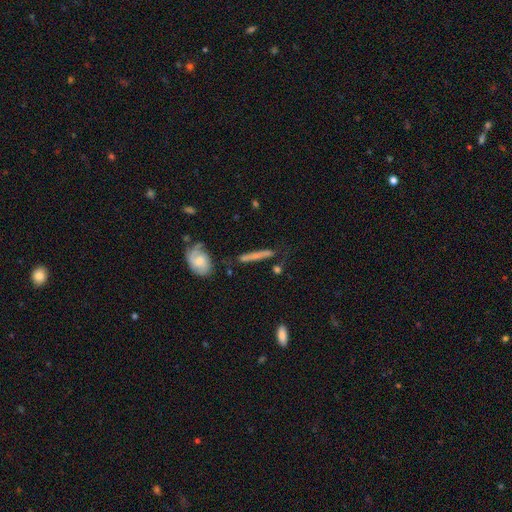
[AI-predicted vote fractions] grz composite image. It shows a smooth galaxy with no disk features (55%) that is cigar-shaped (89%). Merging: none (70%).